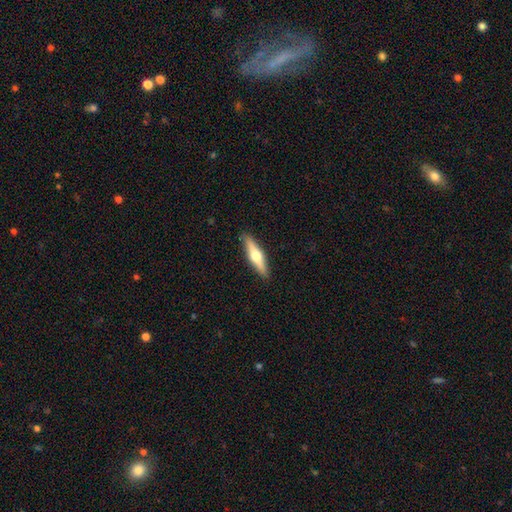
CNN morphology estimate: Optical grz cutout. It shows a featured or disk galaxy (55%) viewed edge-on (95%) with a rounded central bulge (94%). Merging: none (90%).